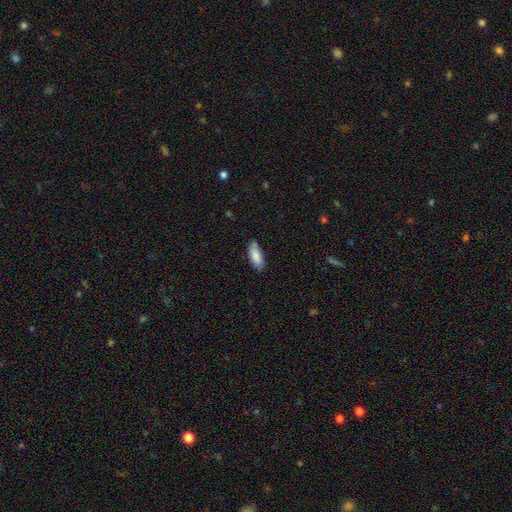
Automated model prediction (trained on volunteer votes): Morphology: type=smooth (86%); roundness=in between (75%); merging=none (80%).